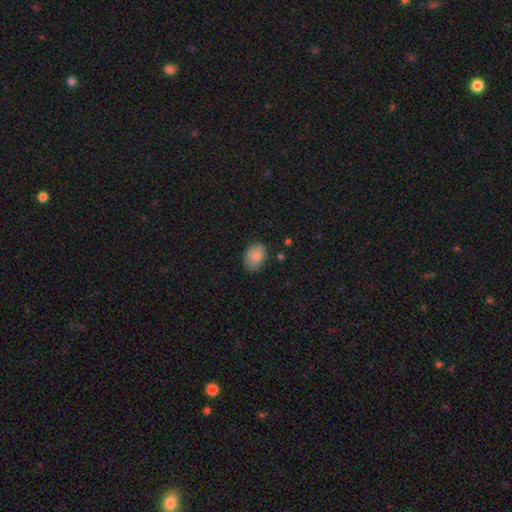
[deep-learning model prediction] Smooth or featured? Predicted: smooth (p=0.86). How rounded? Predicted: in between (p=0.73). Merging? Predicted: none (p=0.72).